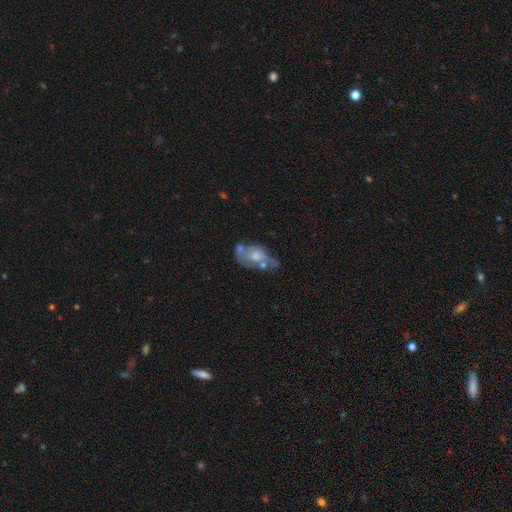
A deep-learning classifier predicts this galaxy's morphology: type=featured or disk (59%); edge-on=no (95%); bar=no (79%); spiral arms=yes (57%); bulge=moderate (45%); merging=none (31%).